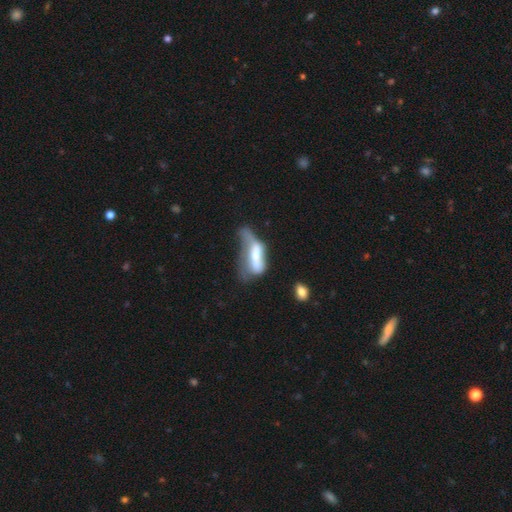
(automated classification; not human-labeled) Smooth or featured? Predicted: featured or disk (p=0.46). Merging? Predicted: major disturbance (p=0.44).